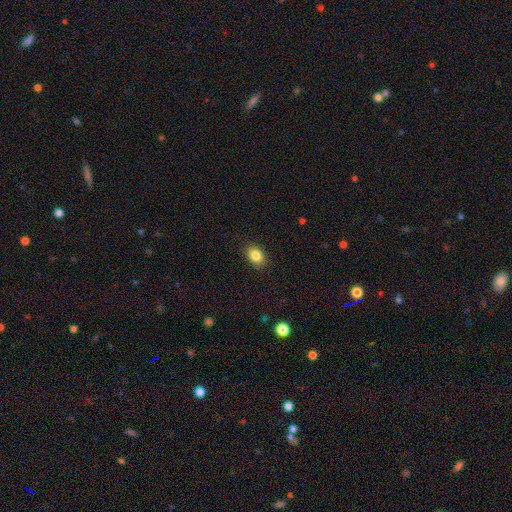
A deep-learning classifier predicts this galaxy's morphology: Smooth or featured? Predicted: smooth (p=0.85). How rounded? Predicted: in between (p=0.79). Merging? Predicted: none (p=0.87).